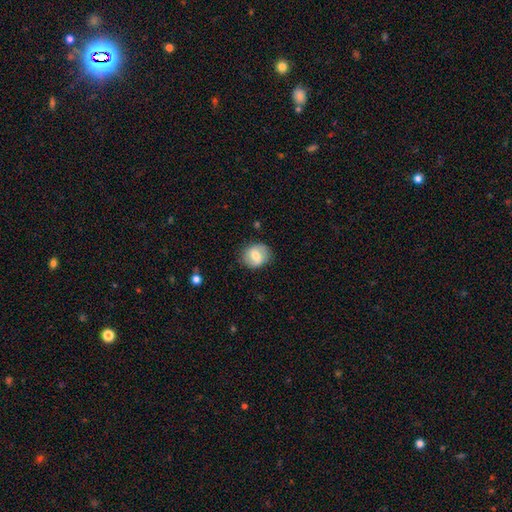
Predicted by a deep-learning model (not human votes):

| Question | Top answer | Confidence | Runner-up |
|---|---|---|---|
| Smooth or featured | smooth | 60% | featured or disk (32%) |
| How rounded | round | 68% | in between (31%) |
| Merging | none | 81% | minor disturbance (14%) |